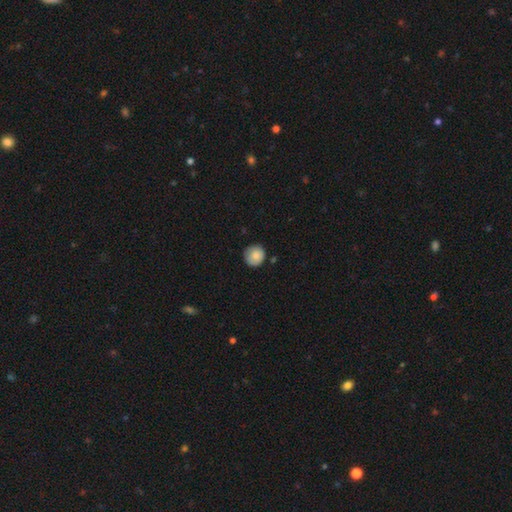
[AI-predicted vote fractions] A smooth galaxy with no disk features (83%) that is round (93%). Merging: none (82%).